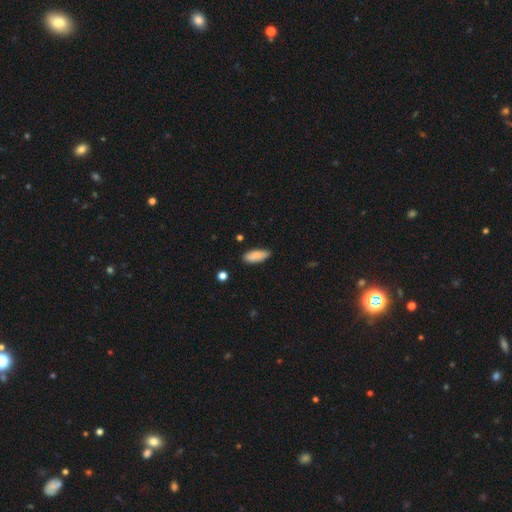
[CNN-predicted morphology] A smooth galaxy with no disk features (84%) that is in between round and cigar-shaped (76%). Merging: none (83%).